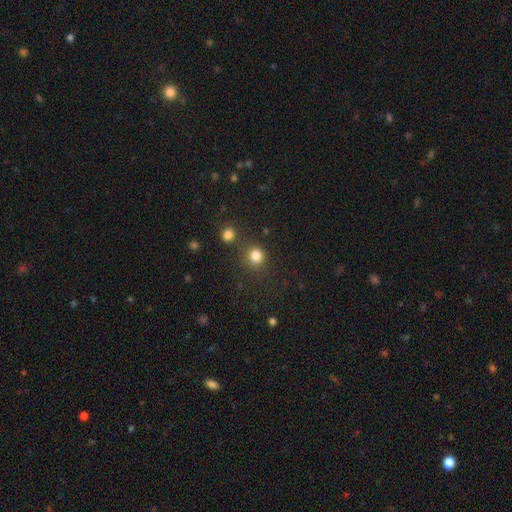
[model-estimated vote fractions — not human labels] Overall: smooth (82%). How rounded: round (90%). Merging: none (80%).